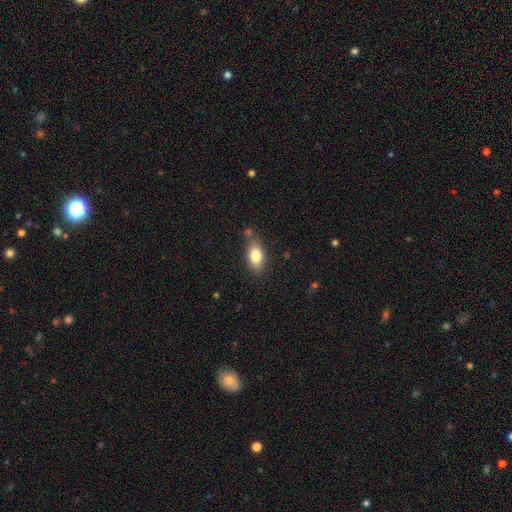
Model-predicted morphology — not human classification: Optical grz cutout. It shows a smooth galaxy with no disk features (81%) that is in between round and cigar-shaped (88%). Merging: none (74%).